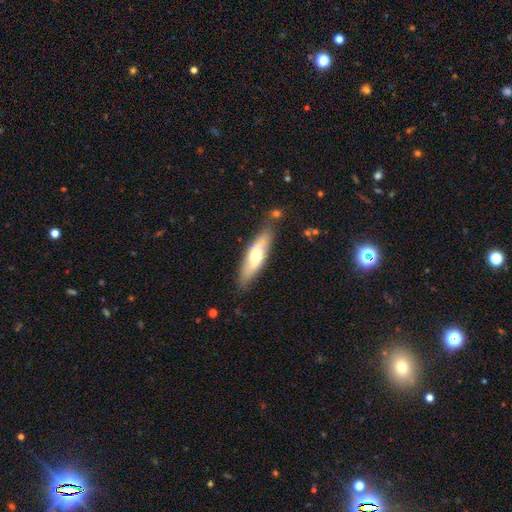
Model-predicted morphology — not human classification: smooth 53%, featured or disk 41%, star or artifact 6%. Down the decision tree: how rounded — cigar-shaped (59%); merging — none (77%).